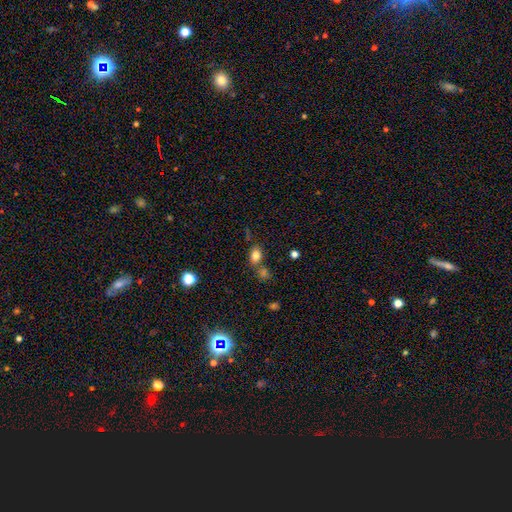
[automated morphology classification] This is likely a smooth galaxy (79%). How rounded: likely in between (70%). Merging: likely none (64%).